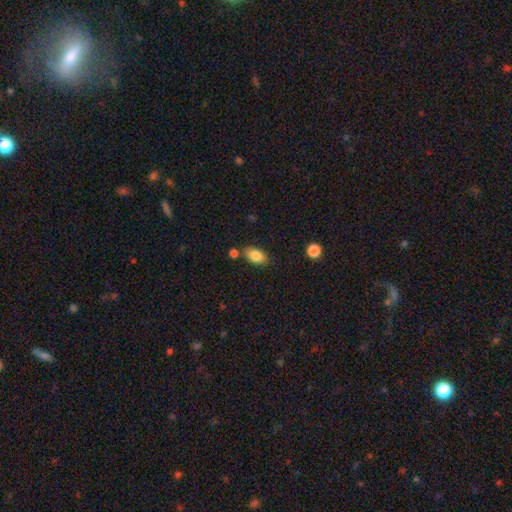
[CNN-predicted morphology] A smooth galaxy with no disk features (83%) that is in between round and cigar-shaped (89%).

Vote fractions:
- Smooth or featured? smooth: 83% / featured or disk: 9% / star or artifact: 8%
- How rounded? in between: 89% / round: 7% / cigar-shaped: 3%
- Merging? none: 75% / minor disturbance: 13% / merger: 8% / major disturbance: 3%